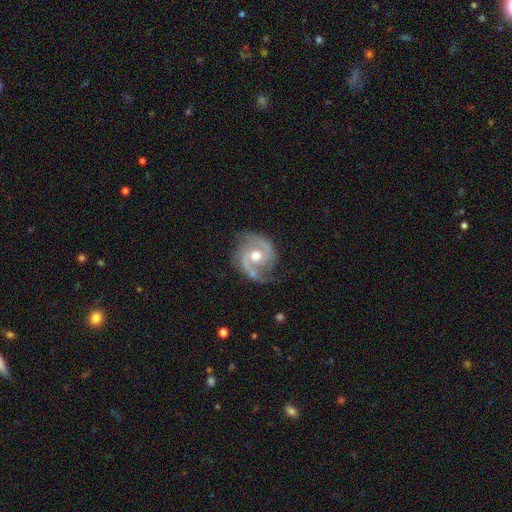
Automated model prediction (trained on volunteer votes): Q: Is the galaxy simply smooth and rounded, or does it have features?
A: featured or disk — 89%.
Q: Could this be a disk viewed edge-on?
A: no — 98%.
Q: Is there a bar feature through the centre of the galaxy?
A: no — 60%.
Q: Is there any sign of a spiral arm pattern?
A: yes — 97%.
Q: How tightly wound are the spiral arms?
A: medium — 51%.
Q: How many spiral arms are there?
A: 2 — 87%.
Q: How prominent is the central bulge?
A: moderate — 79%.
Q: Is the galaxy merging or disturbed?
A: none — 71%.